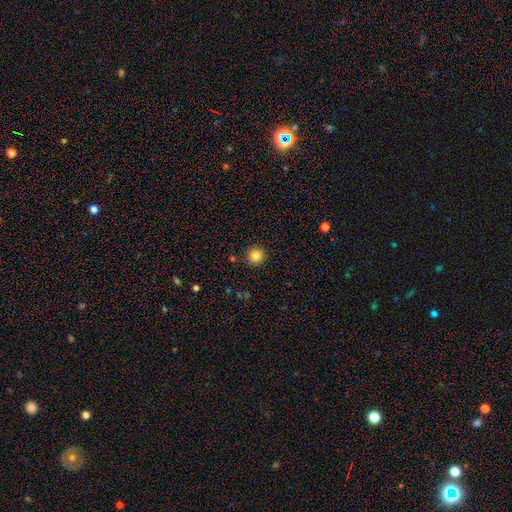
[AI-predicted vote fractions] This appears to be a smooth galaxy with no disk features (84%) that is round (96%). Merging: none (91%).